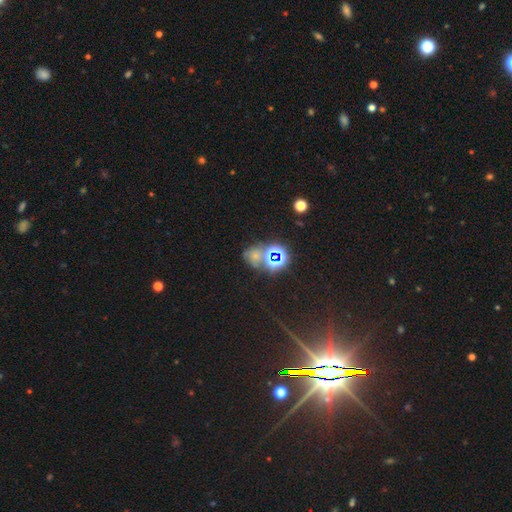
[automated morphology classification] Overall: star or artifact (47%; smooth 39%).